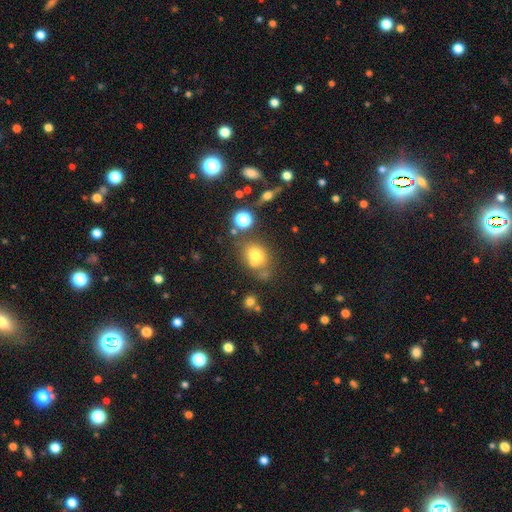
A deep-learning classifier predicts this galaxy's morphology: This is likely a smooth galaxy (69%). How rounded: possibly round (54%). Merging: possibly none (56%).